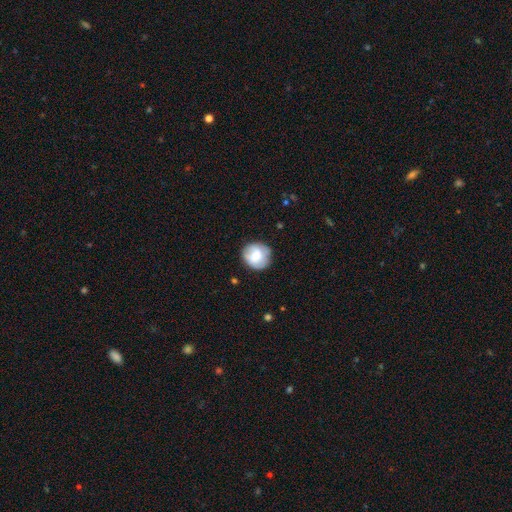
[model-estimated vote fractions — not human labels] A smooth galaxy with no disk features (59%) that is round (87%).

Vote fractions:
- Smooth or featured? smooth: 59% / featured or disk: 34% / star or artifact: 7%
- How rounded? round: 87% / in between: 12% / cigar-shaped: 1%
- Merging? none: 78% / minor disturbance: 17% / major disturbance: 4% / merger: 1%